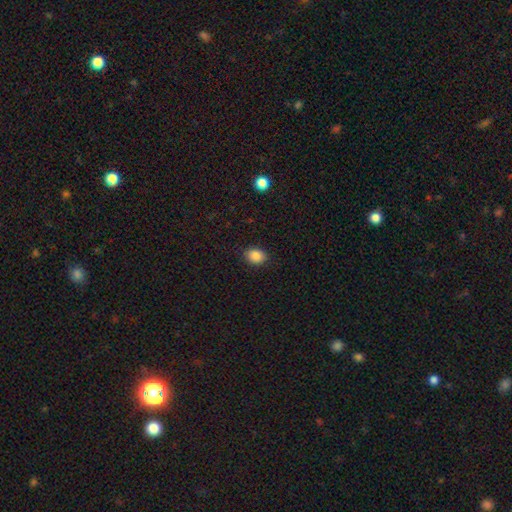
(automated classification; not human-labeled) Smooth or featured? smooth (87%)
How rounded? in between (58%)
Merging? none (88%)